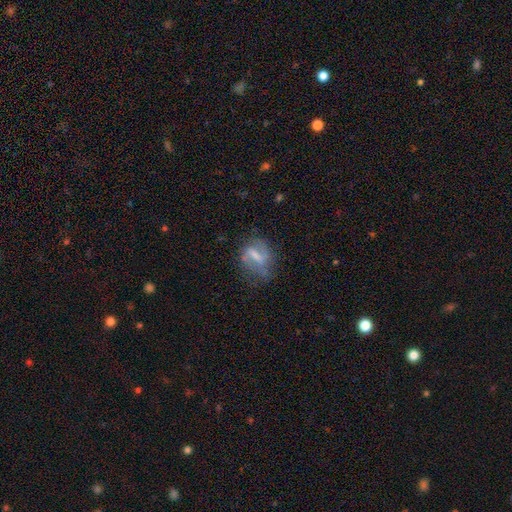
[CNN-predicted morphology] smooth-or-featured: featured or disk: 65% | smooth: 26% | star or artifact: 9%
  disk-edge-on: no: 95% | yes: 5%
    bar: strong: 47% | weak: 41% | no: 12%
    has-spiral-arms: yes: 72% | no: 28%
    bulge-size: small: 38% | moderate: 30% | none: 26% | large: 4% | dominant: 1%
  merging: none: 53% | minor disturbance: 25% | major disturbance: 19% | merger: 3%